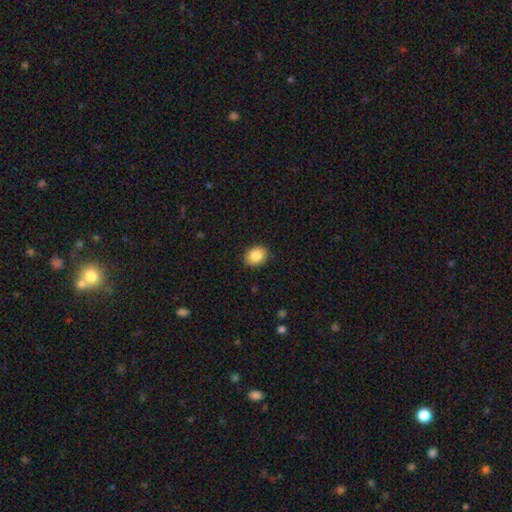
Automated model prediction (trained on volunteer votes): This is clearly a smooth galaxy (85%). How rounded: possibly in between (53%). Merging: clearly none (90%).